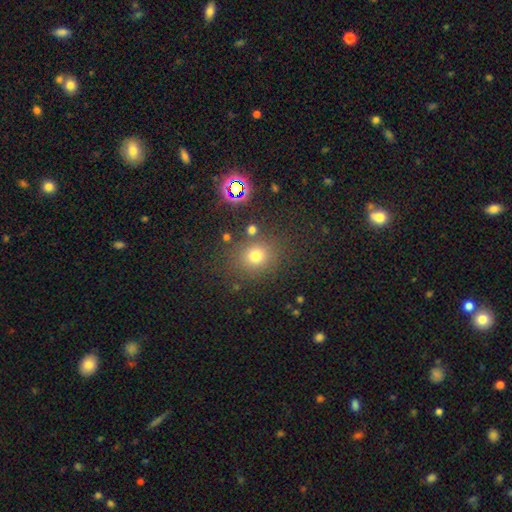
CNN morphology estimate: Overall: smooth (71%). How rounded: round (77%). Merging: none (78%).